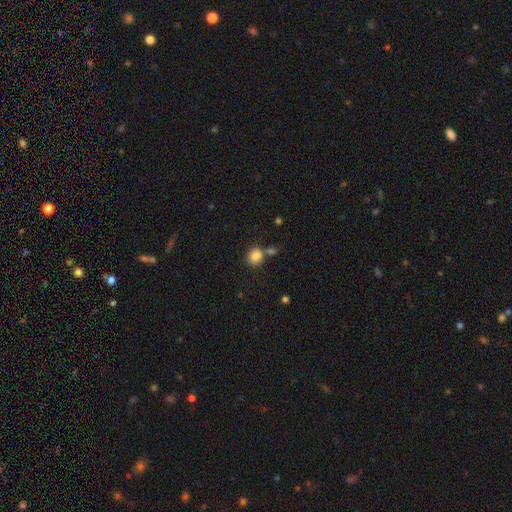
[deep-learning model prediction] Morphology: type=smooth (85%); roundness=round (73%); merging=none (61%).